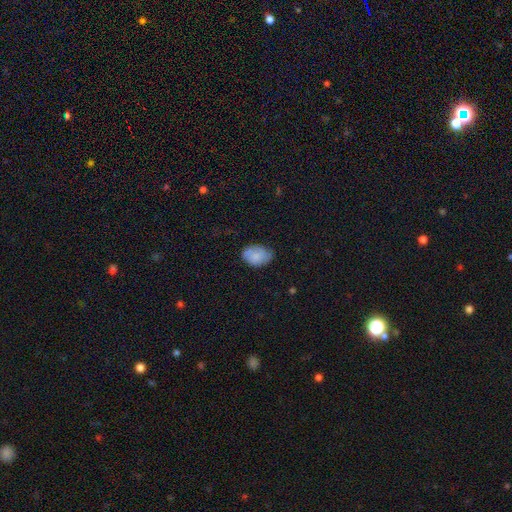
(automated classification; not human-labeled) A smooth galaxy with no disk features (74%) that is in between round and cigar-shaped (80%).

Vote fractions:
- Smooth or featured? smooth: 74% / featured or disk: 19% / star or artifact: 7%
- How rounded? in between: 80% / round: 18% / cigar-shaped: 1%
- Merging? none: 60% / minor disturbance: 32% / major disturbance: 7% / merger: 1%